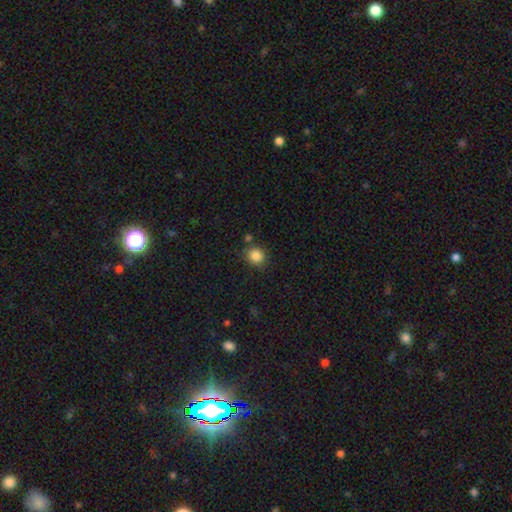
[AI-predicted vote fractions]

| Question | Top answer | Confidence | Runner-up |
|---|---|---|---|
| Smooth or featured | smooth | 86% | star or artifact (10%) |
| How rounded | round | 83% | in between (16%) |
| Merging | none | 78% | minor disturbance (12%) |